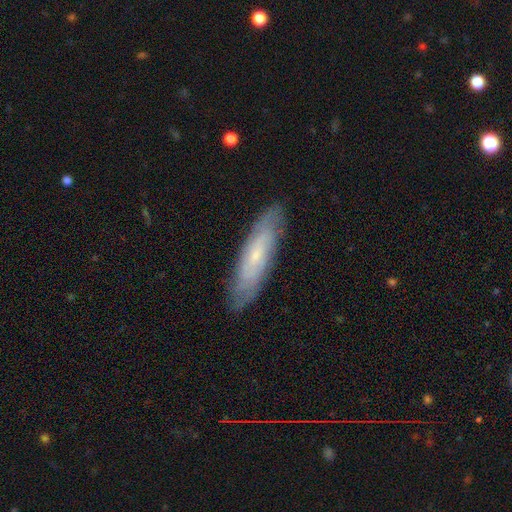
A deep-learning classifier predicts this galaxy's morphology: Q: Smooth or featured?
A: featured or disk (57%); runner-up: smooth (36%)
Q: Edge-on disk?
A: no (62%); runner-up: yes (38%)
Q: Merging?
A: none (84%); runner-up: minor disturbance (13%)